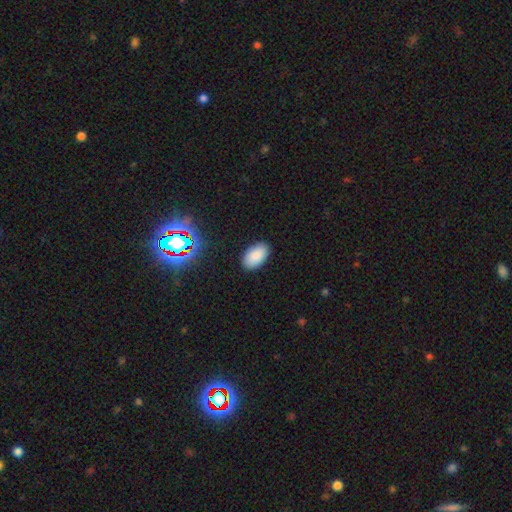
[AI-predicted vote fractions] Smooth or featured? Predicted: smooth (p=0.87). How rounded? Predicted: in between (p=0.94). Merging? Predicted: none (p=0.88).